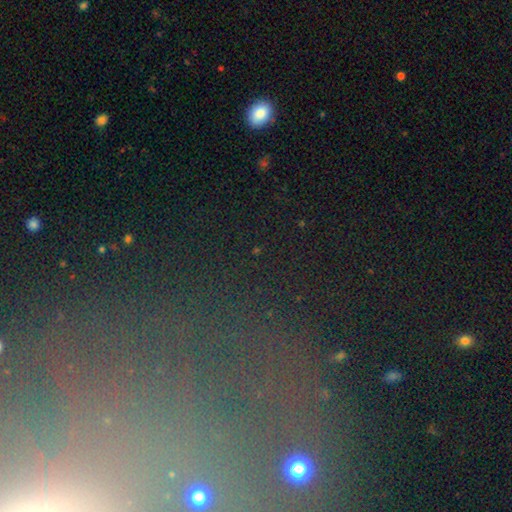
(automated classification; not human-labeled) Smooth or featured: star or artifact — 62% (smooth — 21%)